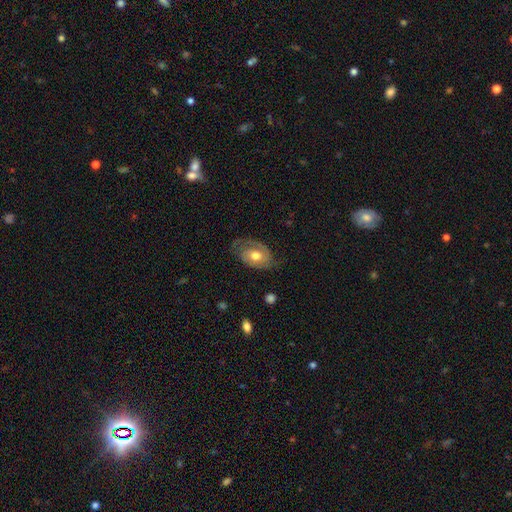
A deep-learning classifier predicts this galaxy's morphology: This appears to be a featured or disk galaxy (73%) with no bar (70%), 2 (78%) tight (43%) spiral arms (88%) and a moderate central bulge (75%). Merging: none (66%).